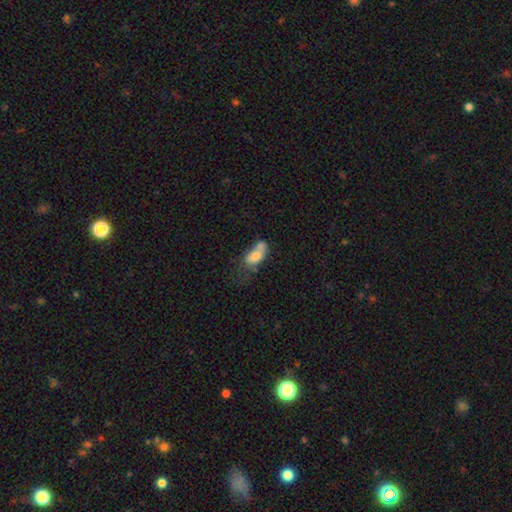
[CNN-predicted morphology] Overall: smooth (69%). How rounded: in between (85%). Merging: merger (38%; none 22%).